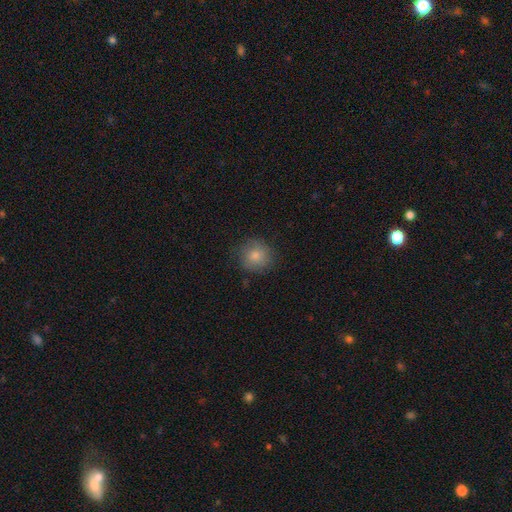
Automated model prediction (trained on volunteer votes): smooth 82%, featured or disk 9%, star or artifact 9%. Down the decision tree: how rounded — round (89%); merging — none (81%).